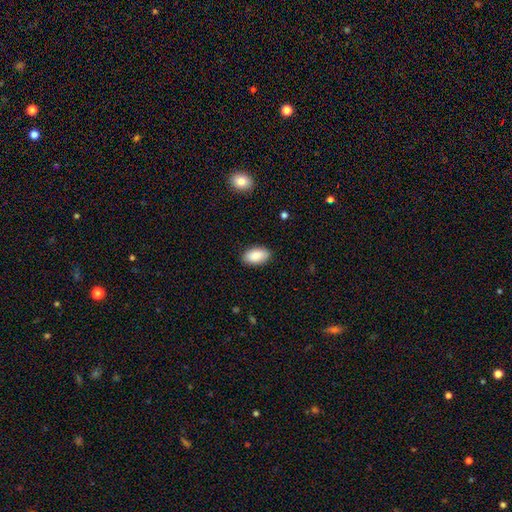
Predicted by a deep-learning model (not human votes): smooth_or_featured: smooth (p=0.88) [alt: star or artifact p=0.06]
how_rounded: in between (p=0.95) [alt: round p=0.04]
merging: none (p=0.87) [alt: minor disturbance p=0.09]